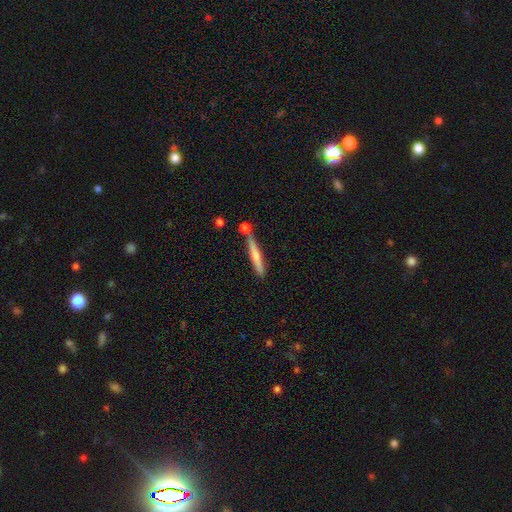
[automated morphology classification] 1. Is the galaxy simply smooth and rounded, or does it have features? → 60% smooth, 33% featured or disk, 6% star or artifact.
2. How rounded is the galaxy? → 94% cigar-shaped, 4% in between, 2% round.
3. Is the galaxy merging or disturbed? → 64% none, 17% merger, 15% minor disturbance, 4% major disturbance.